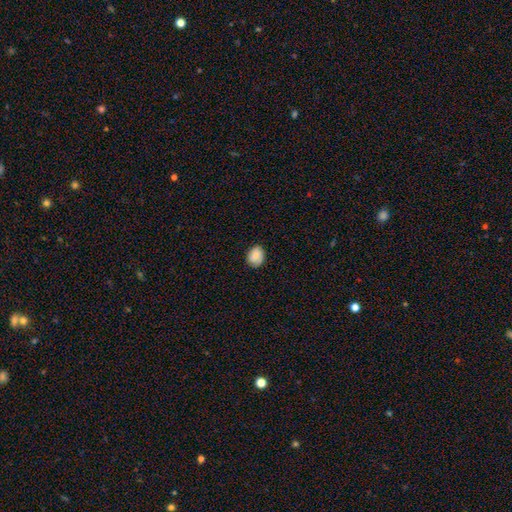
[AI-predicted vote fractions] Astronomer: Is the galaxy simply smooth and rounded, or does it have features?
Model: smooth — 85%.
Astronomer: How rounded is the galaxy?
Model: round — 51% (runner-up: in between, 48%).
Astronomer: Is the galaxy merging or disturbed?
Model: none — 79%.